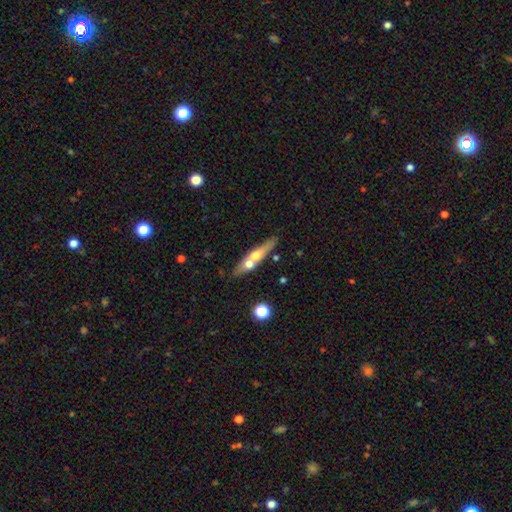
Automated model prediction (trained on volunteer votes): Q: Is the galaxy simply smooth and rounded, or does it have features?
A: featured or disk — 50%.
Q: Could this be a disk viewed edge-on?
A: yes — 79%.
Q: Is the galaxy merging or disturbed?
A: none — 52%.